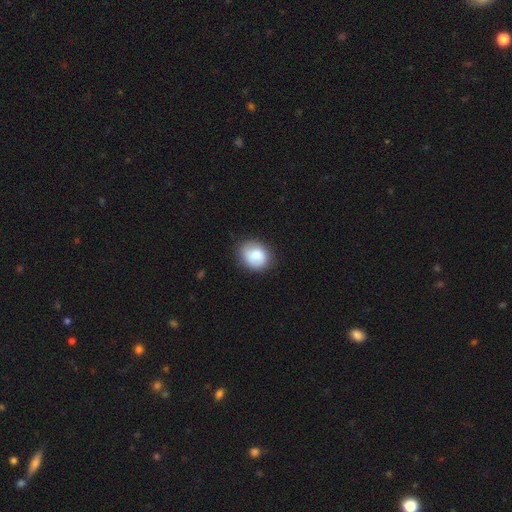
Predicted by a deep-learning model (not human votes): This is likely a smooth galaxy (77%). How rounded: possibly round (58%). Merging: likely none (74%).